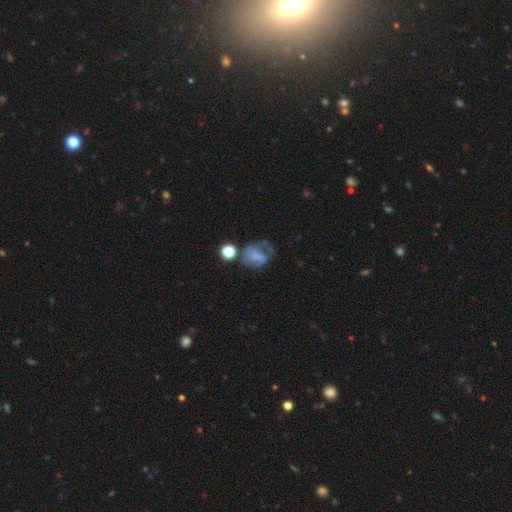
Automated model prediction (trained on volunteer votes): smooth-or-featured: featured or disk: 45% | smooth: 40% | star or artifact: 15%
  merging: major disturbance: 35% | none: 32% | minor disturbance: 23% | merger: 10%